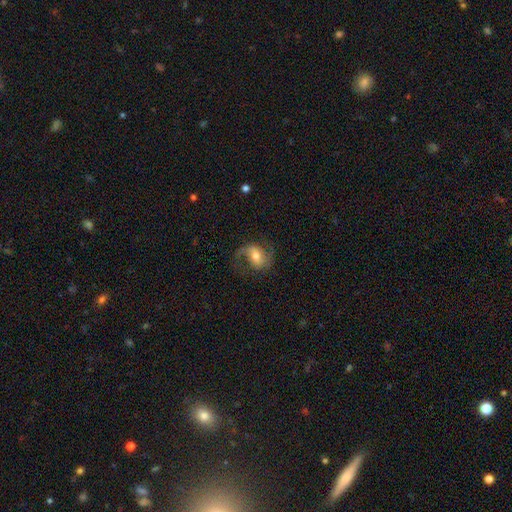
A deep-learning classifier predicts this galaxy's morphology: A featured or disk galaxy (70%) with a weak bar (45%), 2 (77%) loose (48%) spiral arms (92%) and a moderate central bulge (65%). Merging: none (63%).